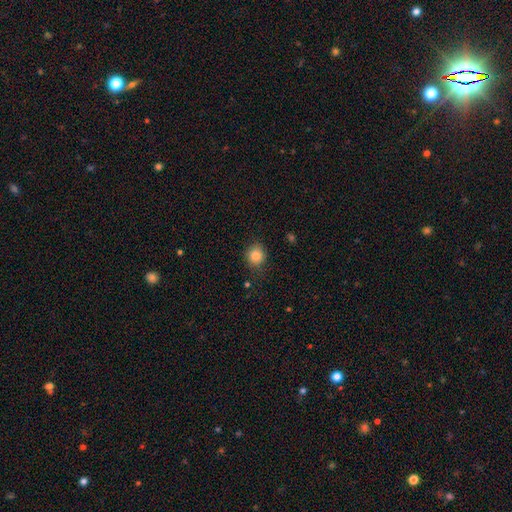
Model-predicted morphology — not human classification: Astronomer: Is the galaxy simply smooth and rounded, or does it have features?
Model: smooth — 84%.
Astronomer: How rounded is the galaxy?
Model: round — 77%.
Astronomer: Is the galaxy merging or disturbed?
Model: none — 81%.